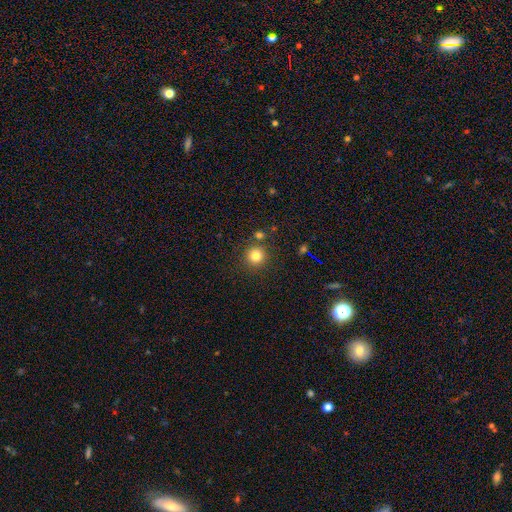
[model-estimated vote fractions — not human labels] A smooth galaxy with no disk features (82%) that is round (94%).

Vote fractions:
- Smooth or featured? smooth: 82% / star or artifact: 13% / featured or disk: 5%
- How rounded? round: 94% / in between: 5% / cigar-shaped: 1%
- Merging? none: 85% / minor disturbance: 7% / merger: 6% / major disturbance: 3%